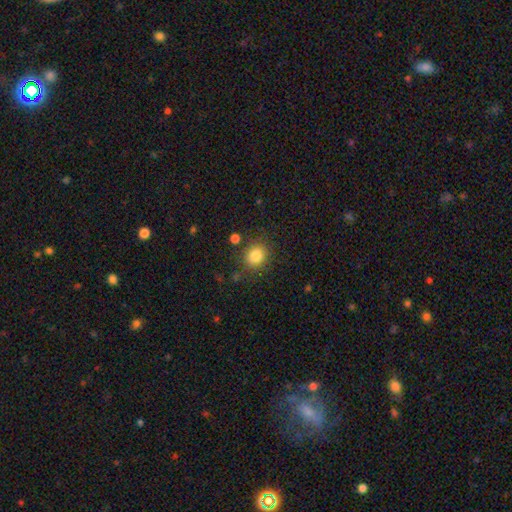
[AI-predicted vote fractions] Smooth or featured? Predicted: smooth (p=0.83). How rounded? Predicted: round (p=0.79). Merging? Predicted: none (p=0.82).